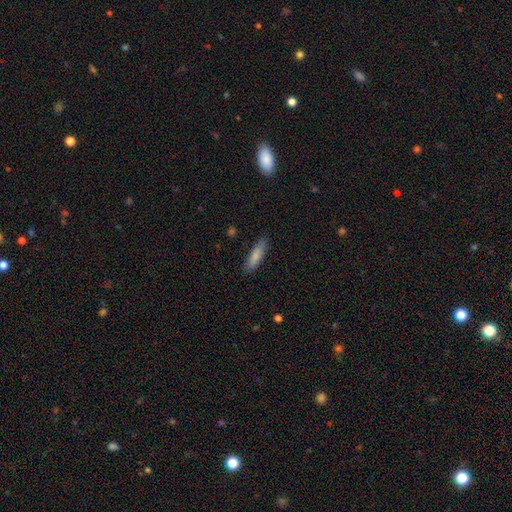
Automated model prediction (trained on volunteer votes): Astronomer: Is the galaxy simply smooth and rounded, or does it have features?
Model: smooth — 84%.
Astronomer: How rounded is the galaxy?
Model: cigar-shaped — 65%.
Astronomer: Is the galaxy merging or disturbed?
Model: none — 83%.